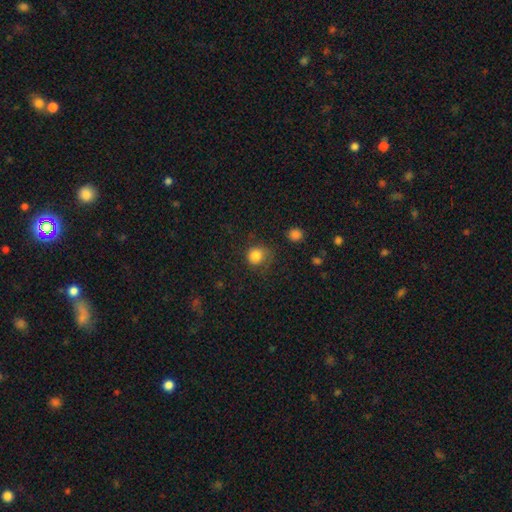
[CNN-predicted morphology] Smooth or featured? smooth (84%)
How rounded? round (84%)
Merging? none (64%)